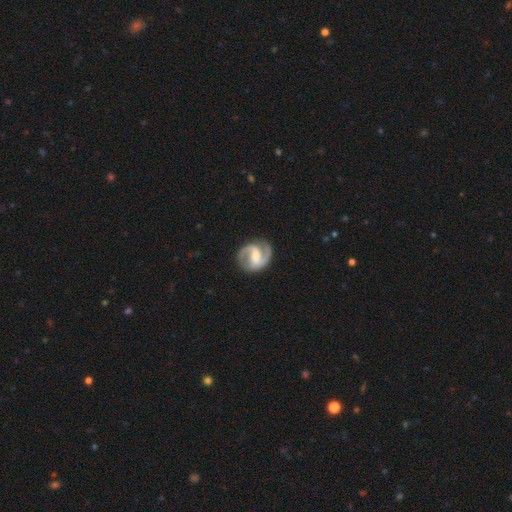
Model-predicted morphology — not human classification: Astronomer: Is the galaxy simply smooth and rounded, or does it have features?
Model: featured or disk — 91%.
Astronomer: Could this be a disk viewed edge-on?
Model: no — 98%.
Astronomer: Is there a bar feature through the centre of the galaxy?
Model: weak — 45% (runner-up: strong, 36%).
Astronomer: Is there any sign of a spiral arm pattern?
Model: yes — 98%.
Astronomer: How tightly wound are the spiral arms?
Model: medium — 59%.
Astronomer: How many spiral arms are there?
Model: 2 — 93%.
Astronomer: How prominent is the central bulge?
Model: moderate — 49% (runner-up: small, 44%).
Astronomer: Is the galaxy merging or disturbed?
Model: none — 84%.